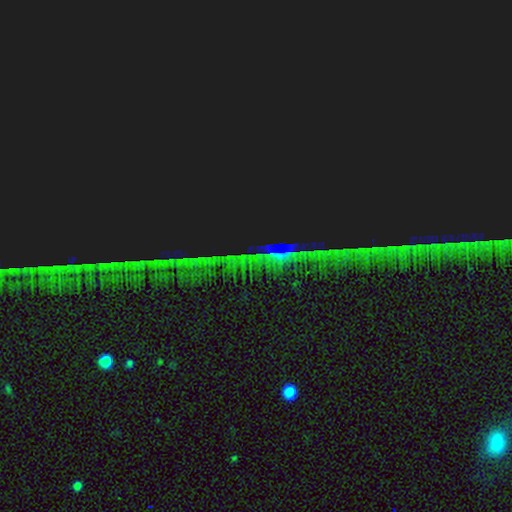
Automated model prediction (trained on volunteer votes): Smooth or featured? Predicted: star or artifact (p=0.80).